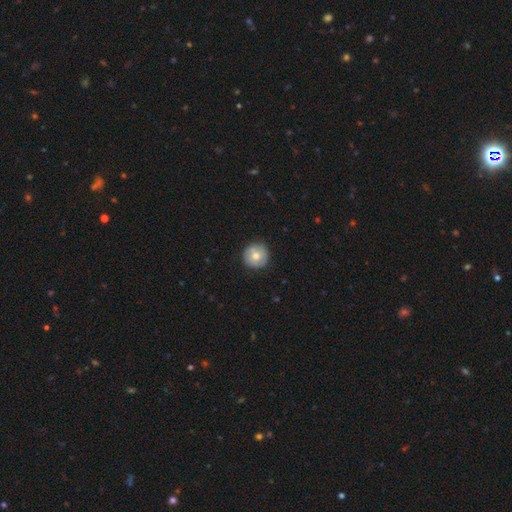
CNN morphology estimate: smooth 65%, featured or disk 28%, star or artifact 7%. Down the decision tree: how rounded — round (95%); merging — none (86%).